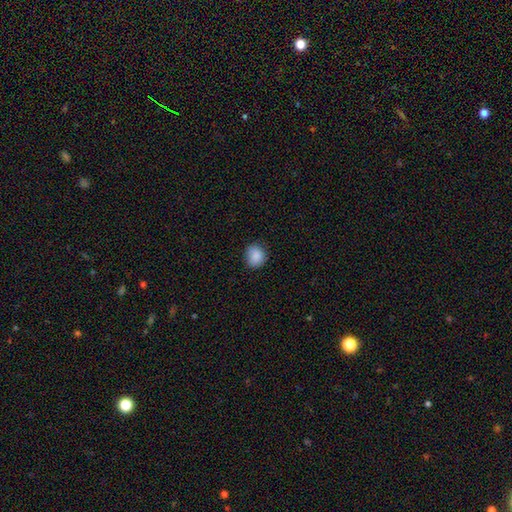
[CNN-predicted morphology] A smooth galaxy with no disk features (88%) that is round (73%). Merging: none (83%).